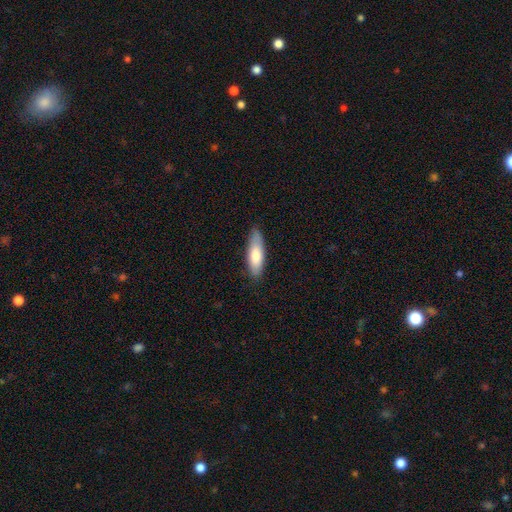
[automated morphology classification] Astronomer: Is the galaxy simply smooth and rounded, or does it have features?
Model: smooth — 78%.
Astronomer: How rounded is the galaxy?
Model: in between — 52% (runner-up: cigar-shaped, 46%).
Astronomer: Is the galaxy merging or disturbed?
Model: none — 81%.